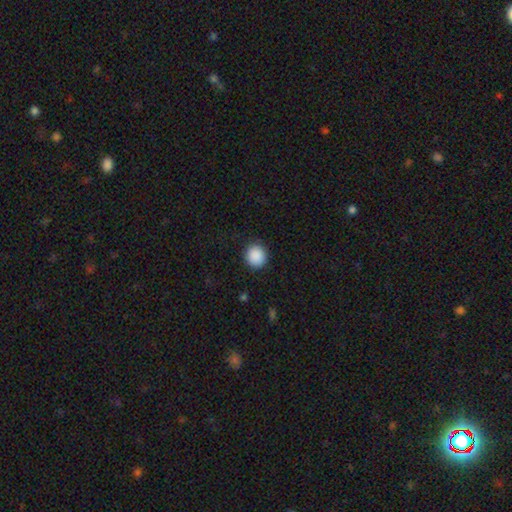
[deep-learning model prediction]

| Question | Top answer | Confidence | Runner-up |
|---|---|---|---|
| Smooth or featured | smooth | 90% | star or artifact (8%) |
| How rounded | round | 90% | in between (9%) |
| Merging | none | 90% | minor disturbance (6%) |